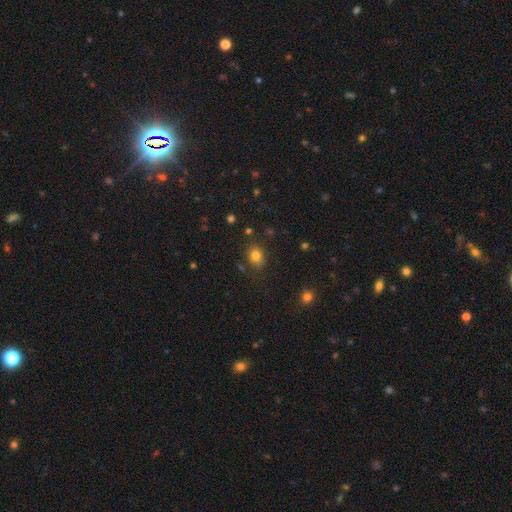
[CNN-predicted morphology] smooth 79%, star or artifact 14%, featured or disk 7%. Down the decision tree: how rounded — round (54%); merging — none (81%).